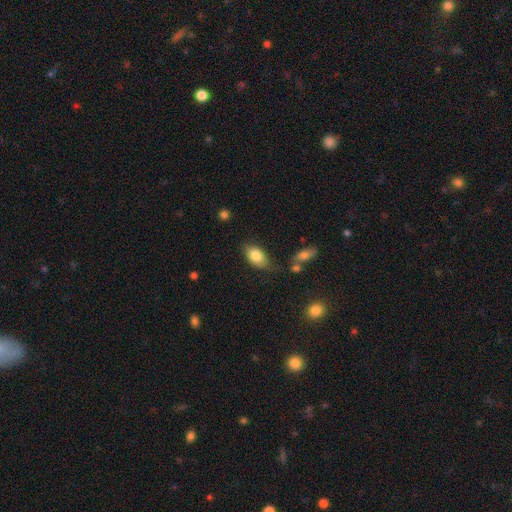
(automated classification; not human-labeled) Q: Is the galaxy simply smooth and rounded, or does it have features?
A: smooth — 82%.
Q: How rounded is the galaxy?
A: in between — 89%.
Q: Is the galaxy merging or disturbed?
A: none — 68%.